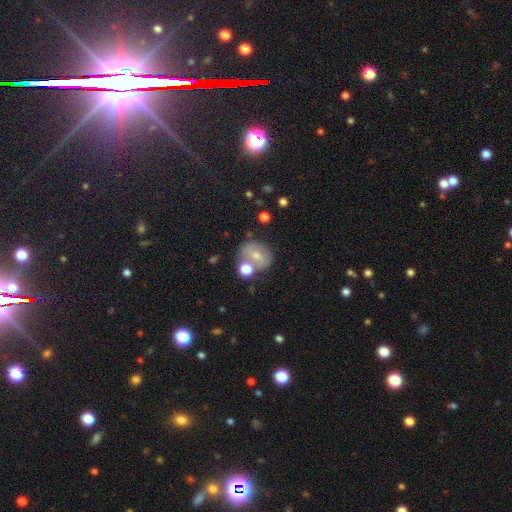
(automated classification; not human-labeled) The model was most divided on "smooth or featured": smooth: 57%, featured or disk: 32%, star or artifact: 12%. More confident: how rounded — round (70%); merging — none (54%).